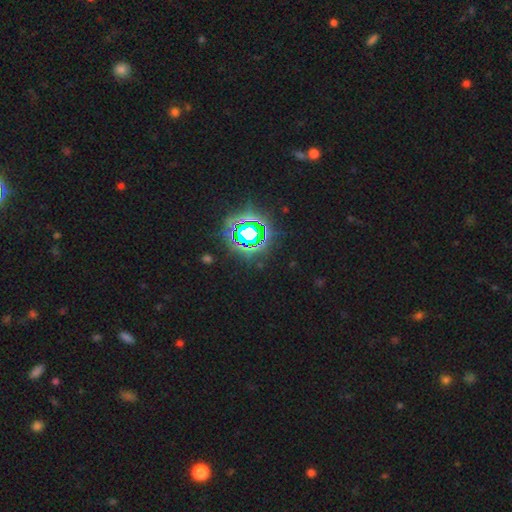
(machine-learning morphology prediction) star or artifact 83%, smooth 11%, featured or disk 6%.